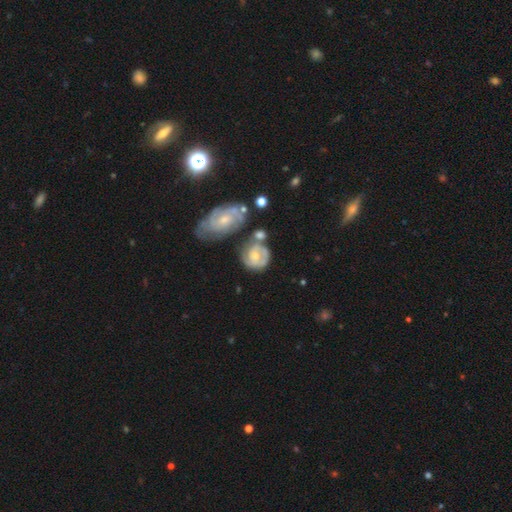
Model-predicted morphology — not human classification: The model was most divided on "spiral arm count": 2: 40%, can't tell: 30%, 3: 15%, 1: 9%, 4: 3%, more than 4: 3%. Remaining: edge-on disk — no (97%); spiral arms — yes (85%); smooth or featured — featured or disk (70%); bar — no (66%); spiral winding — tight (58%); bulge size — small (54%); merging — none (44%).